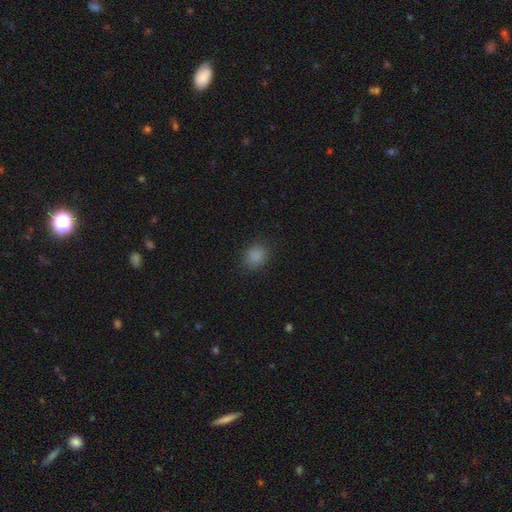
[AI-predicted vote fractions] smooth 86%, star or artifact 11%, featured or disk 3%. Down the decision tree: how rounded — round (62%); merging — none (86%).